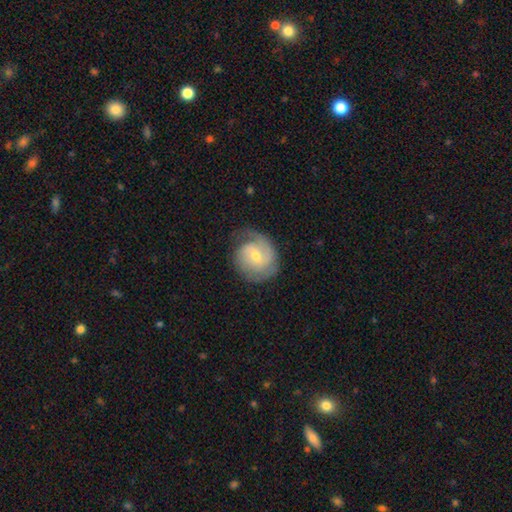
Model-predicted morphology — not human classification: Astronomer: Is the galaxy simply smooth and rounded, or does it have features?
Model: featured or disk — 73%.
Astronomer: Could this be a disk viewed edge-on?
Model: no — 98%.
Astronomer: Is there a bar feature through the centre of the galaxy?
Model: no — 46% (runner-up: weak, 45%).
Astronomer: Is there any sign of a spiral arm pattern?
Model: yes — 92%.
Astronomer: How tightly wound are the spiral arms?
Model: tight — 44% (runner-up: medium, 39%).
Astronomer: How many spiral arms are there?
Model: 2 — 49%.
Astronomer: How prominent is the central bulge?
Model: small — 51% (runner-up: moderate, 45%).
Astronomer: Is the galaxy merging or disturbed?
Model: none — 64%.